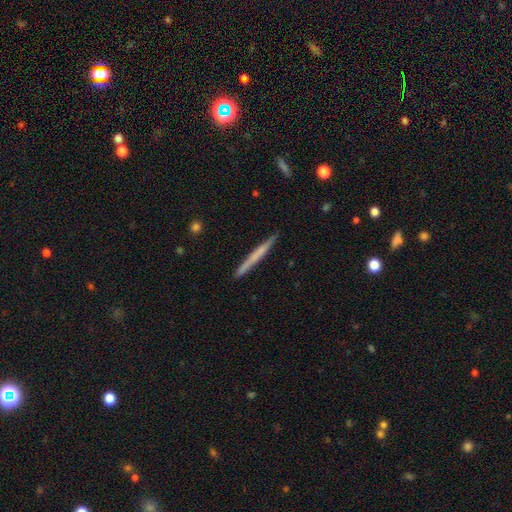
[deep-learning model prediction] smooth 48%, featured or disk 46%, star or artifact 6%. Down the decision tree: merging — none (90%).